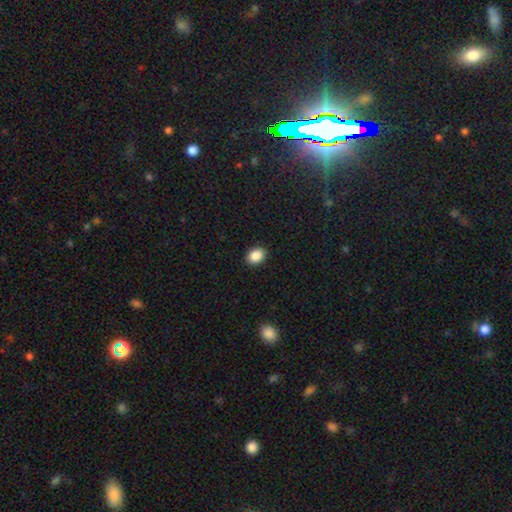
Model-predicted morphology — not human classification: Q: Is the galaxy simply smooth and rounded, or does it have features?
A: smooth — 89%.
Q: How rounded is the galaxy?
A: in between — 62%.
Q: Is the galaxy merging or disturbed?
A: none — 90%.